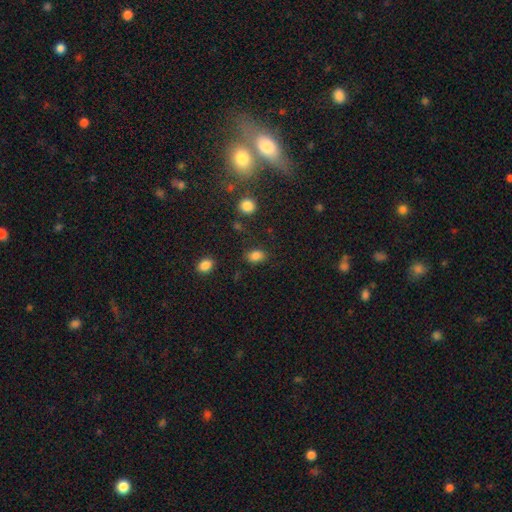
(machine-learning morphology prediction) Overall: smooth (84%). How rounded: in between (77%). Merging: none (81%).